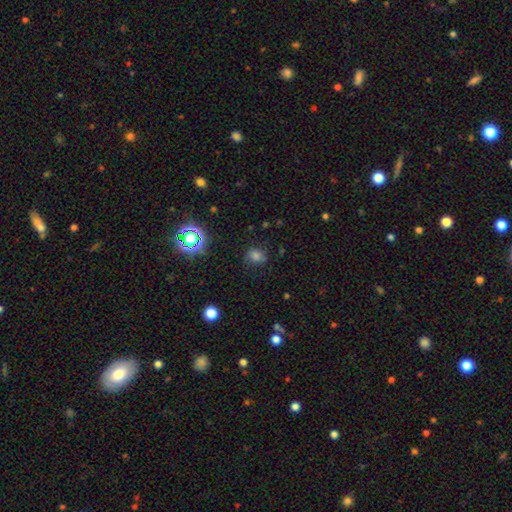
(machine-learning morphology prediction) Smooth or featured? Predicted: smooth (p=0.68). How rounded? Predicted: round (p=0.65). Merging? Predicted: none (p=0.75).